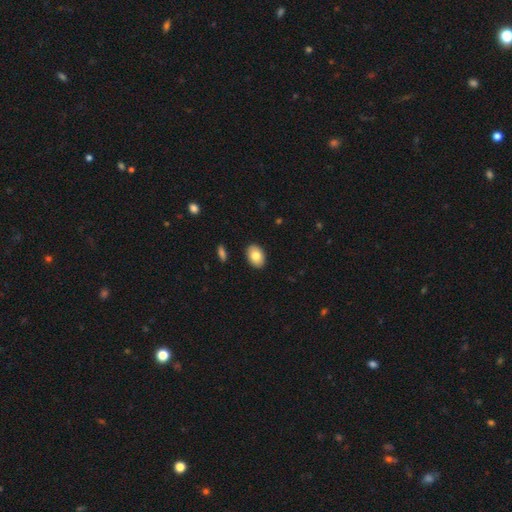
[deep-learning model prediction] smooth 81%, featured or disk 12%, star or artifact 7%. Down the decision tree: how rounded — in between (85%); merging — none (90%).